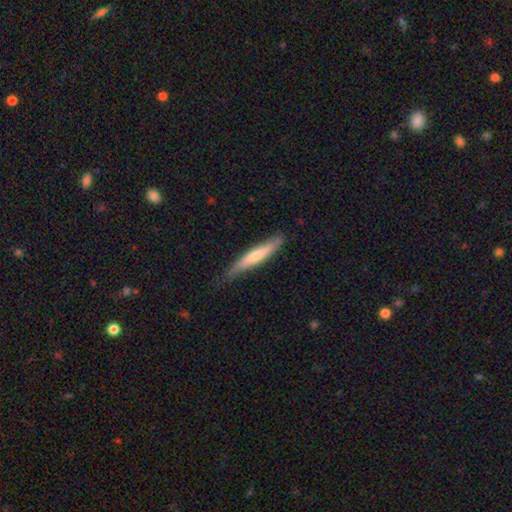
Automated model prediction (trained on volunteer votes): The model was most divided on "smooth or featured": smooth: 56%, featured or disk: 38%, star or artifact: 5%. More confident: how rounded — cigar-shaped (94%); merging — none (79%).